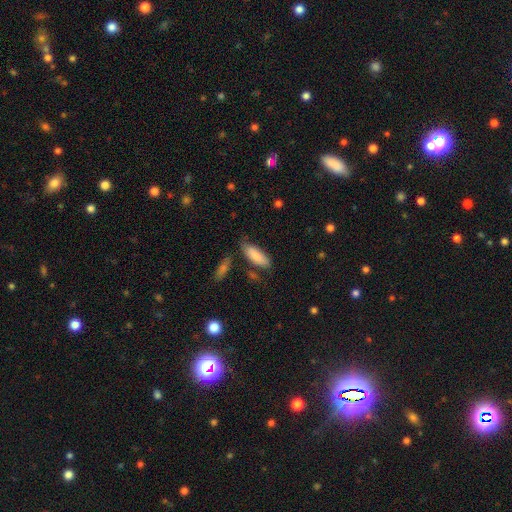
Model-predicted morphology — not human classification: smooth_or_featured: smooth (p=0.84) [alt: featured or disk p=0.10]
how_rounded: in between (p=0.70) [alt: cigar-shaped p=0.28]
merging: none (p=0.65) [alt: minor disturbance p=0.23]